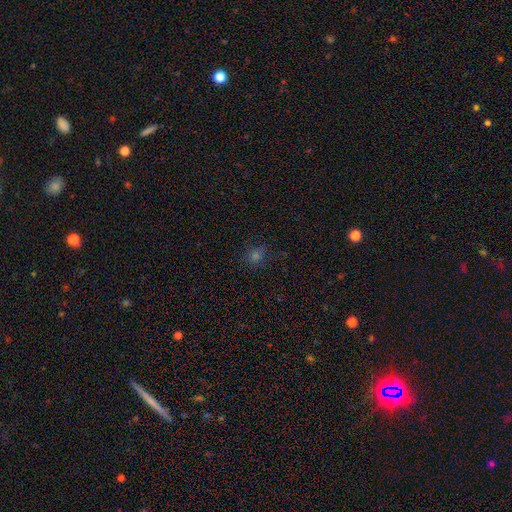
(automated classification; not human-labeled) Smooth or featured?
  - smooth: 57% *
  - star or artifact: 32%
  - featured or disk: 11%
How rounded?
  - round: 73% *
  - in between: 26%
  - cigar-shaped: 1%
Merging?
  - none: 76% *
  - minor disturbance: 16%
  - major disturbance: 7%
  - merger: 2%